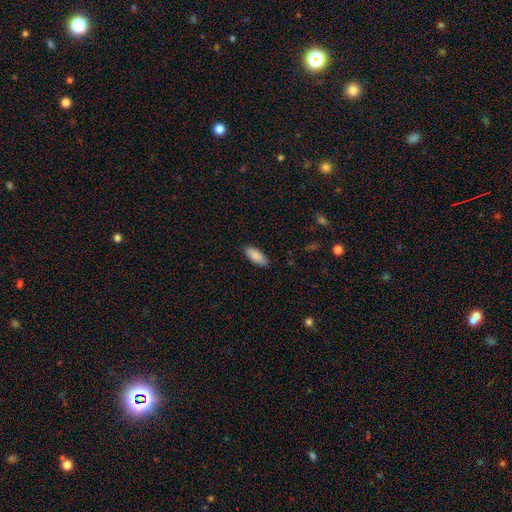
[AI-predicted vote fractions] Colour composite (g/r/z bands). It shows a smooth galaxy with no disk features (89%) that is in between round and cigar-shaped (79%). Merging: none (88%).